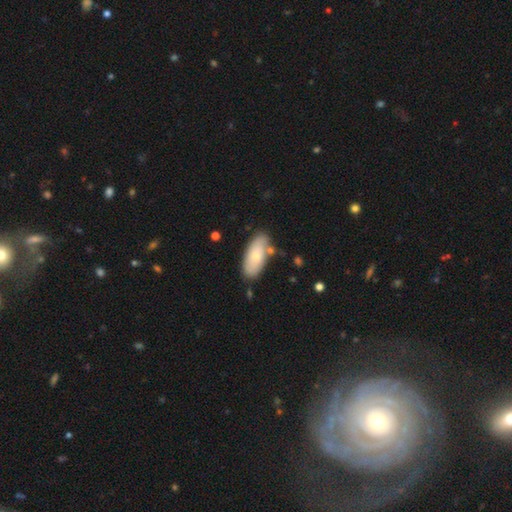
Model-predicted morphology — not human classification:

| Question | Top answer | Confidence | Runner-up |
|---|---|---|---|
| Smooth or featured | smooth | 73% | featured or disk (21%) |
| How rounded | in between | 88% | cigar-shaped (10%) |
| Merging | none | 72% | minor disturbance (18%) |